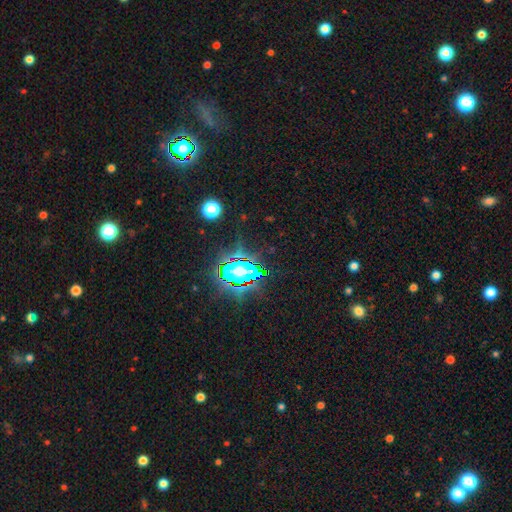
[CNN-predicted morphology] This is clearly a star or artifact rather than a galaxy (82%).